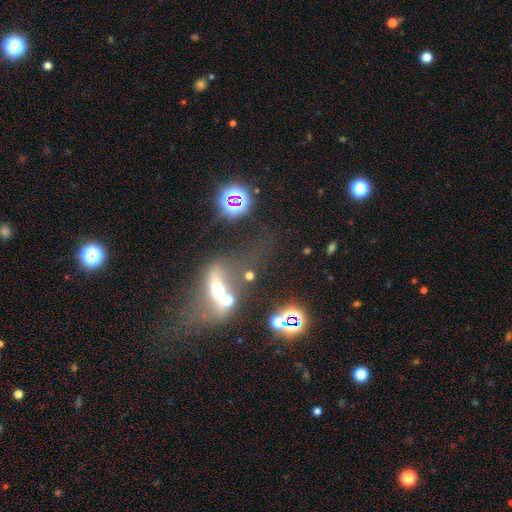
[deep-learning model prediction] smooth_or_featured: featured or disk (p=0.50) [alt: star or artifact p=0.26]
merging: none (p=0.36) [alt: merger p=0.29]